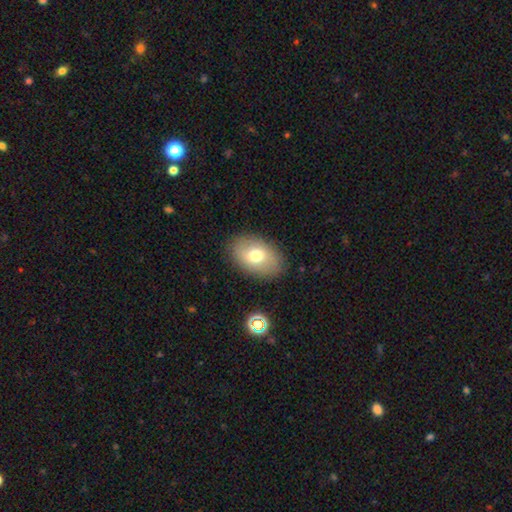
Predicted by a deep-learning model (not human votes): Morphology: type=smooth (69%); roundness=in between (87%); merging=none (86%).